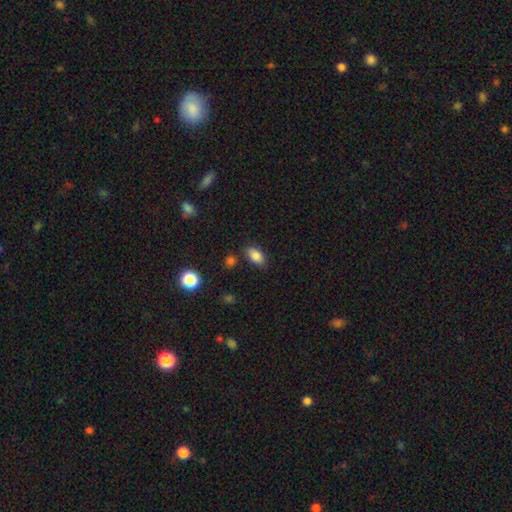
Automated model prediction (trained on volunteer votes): Q: Smooth or featured?
A: smooth (83%); runner-up: star or artifact (9%)
Q: How rounded?
A: in between (90%); runner-up: round (6%)
Q: Merging?
A: none (79%); runner-up: minor disturbance (14%)